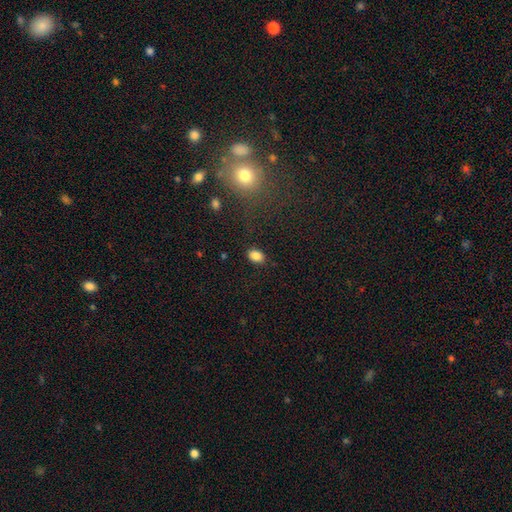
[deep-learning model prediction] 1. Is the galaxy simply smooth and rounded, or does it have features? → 85% smooth, 10% star or artifact, 4% featured or disk.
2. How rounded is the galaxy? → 75% in between, 24% round, 1% cigar-shaped.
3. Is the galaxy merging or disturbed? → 83% none, 12% minor disturbance, 3% major disturbance, 1% merger.